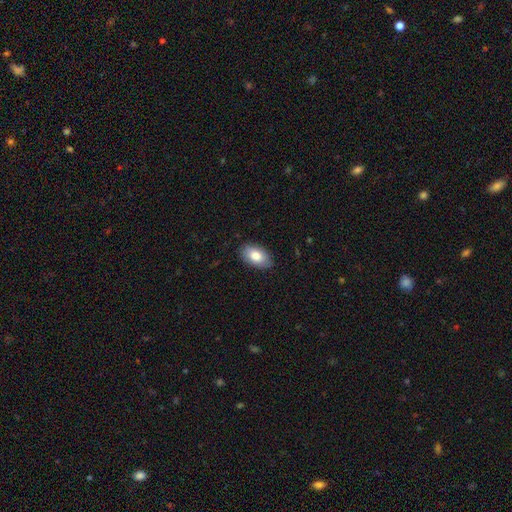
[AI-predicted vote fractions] This is clearly a smooth galaxy (82%). How rounded: clearly in between (93%). Merging: clearly none (85%).